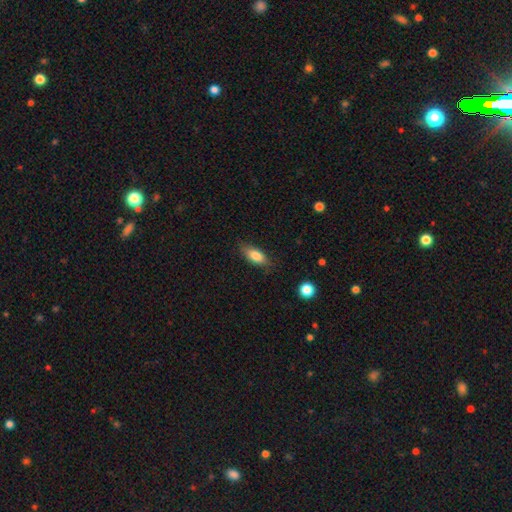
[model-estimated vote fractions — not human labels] Morphology: type=smooth (81%); roundness=in between (81%); merging=none (80%).